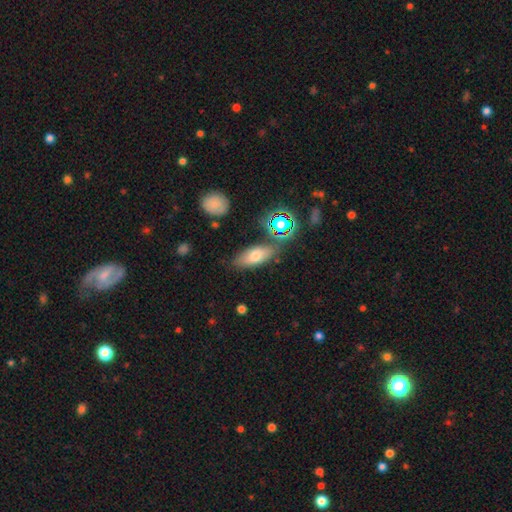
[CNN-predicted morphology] This appears to be a smooth galaxy with no disk features (67%) that is in between round and cigar-shaped (74%). Merging: none (75%).